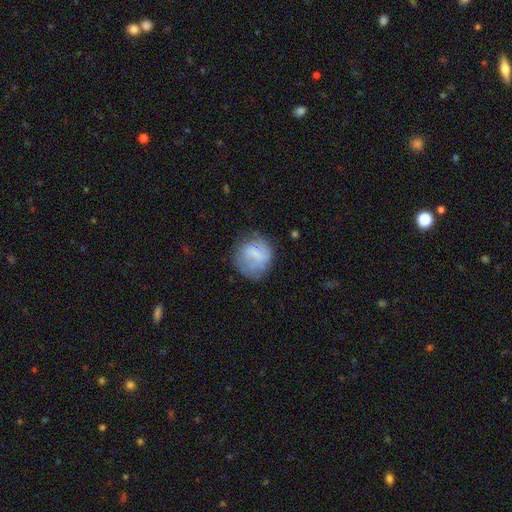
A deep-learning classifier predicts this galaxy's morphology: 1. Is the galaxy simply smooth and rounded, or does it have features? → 54% smooth, 38% featured or disk, 9% star or artifact.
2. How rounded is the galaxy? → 78% round, 21% in between, 1% cigar-shaped.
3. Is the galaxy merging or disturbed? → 60% none, 24% minor disturbance, 14% major disturbance, 2% merger.